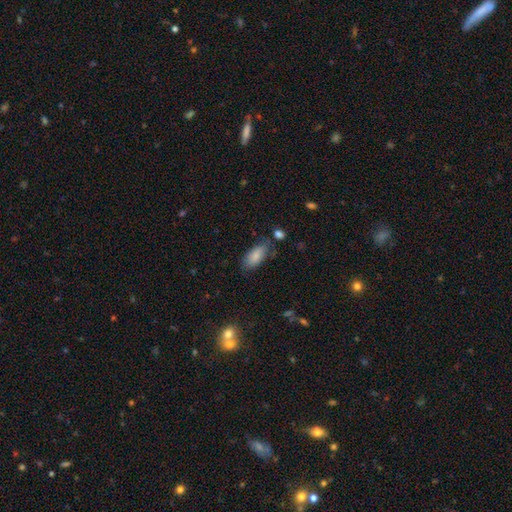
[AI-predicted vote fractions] This appears to be a smooth galaxy with no disk features (84%) that is in between round and cigar-shaped (90%). Merging: none (68%).